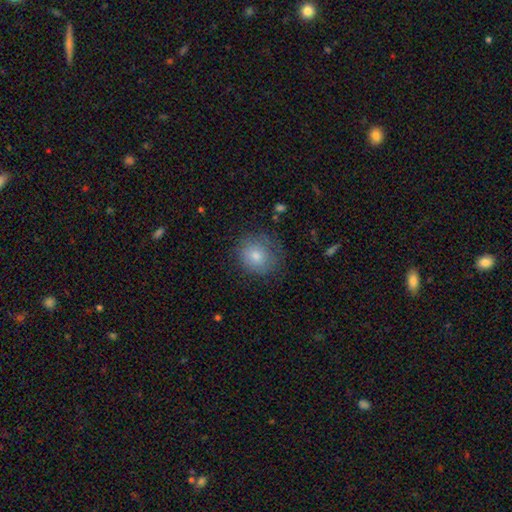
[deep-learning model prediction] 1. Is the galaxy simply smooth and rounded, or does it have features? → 74% smooth, 16% featured or disk, 10% star or artifact.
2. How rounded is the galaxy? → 83% round, 16% in between, 1% cigar-shaped.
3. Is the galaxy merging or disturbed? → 71% none, 20% minor disturbance, 8% major disturbance, 1% merger.